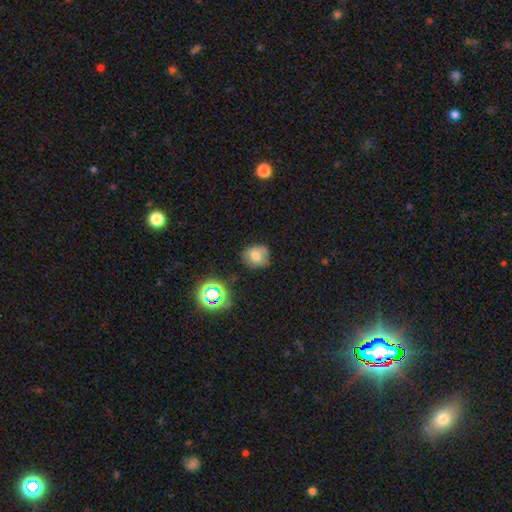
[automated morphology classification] Q: Smooth or featured?
A: smooth (67%); runner-up: featured or disk (17%)
Q: How rounded?
A: round (74%); runner-up: in between (25%)
Q: Merging?
A: none (71%); runner-up: minor disturbance (22%)